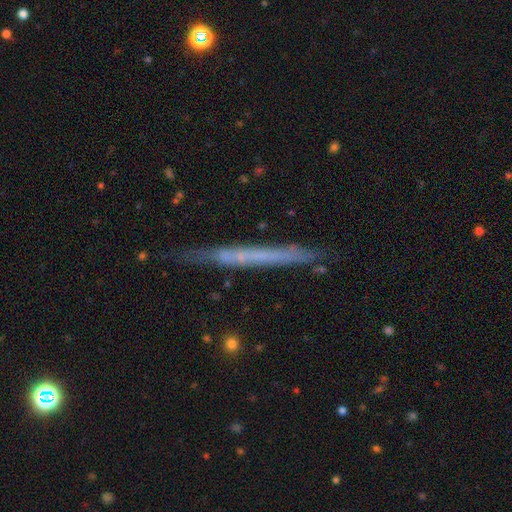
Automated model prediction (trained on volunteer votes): This is possibly a featured or disk galaxy (52%). It is clearly viewed edge-on (95%). Merging: clearly none (83%).